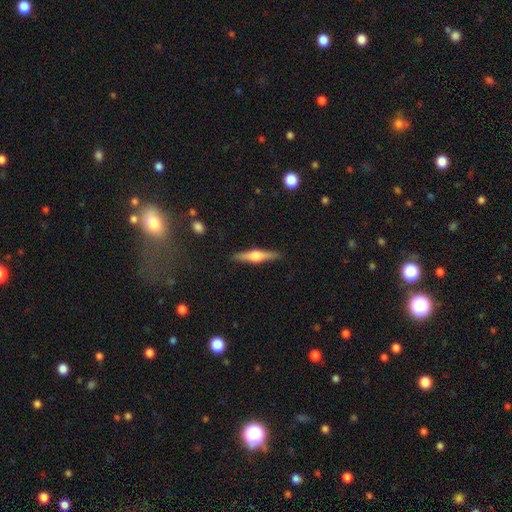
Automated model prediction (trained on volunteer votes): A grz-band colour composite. It shows a featured or disk galaxy (66%) viewed edge-on (97%) with a rounded central bulge (92%). Merging: none (90%).